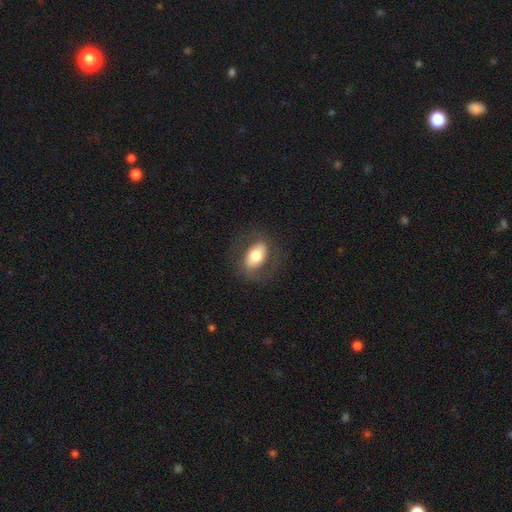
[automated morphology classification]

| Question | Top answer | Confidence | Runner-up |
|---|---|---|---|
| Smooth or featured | smooth | 62% | featured or disk (31%) |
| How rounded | in between | 86% | round (11%) |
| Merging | none | 79% | minor disturbance (13%) |